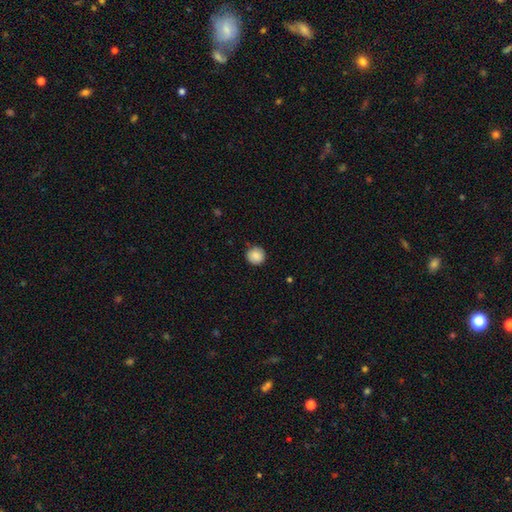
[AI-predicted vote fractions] smooth 88%, star or artifact 8%, featured or disk 4%. Down the decision tree: how rounded — round (94%); merging — none (89%).